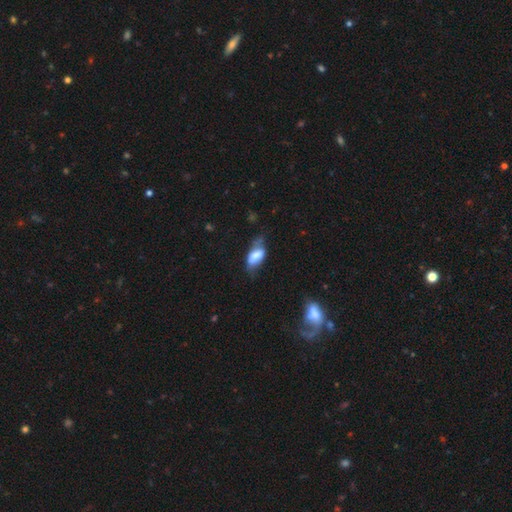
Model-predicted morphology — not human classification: Smooth or featured? Predicted: smooth (p=0.64). How rounded? Predicted: in between (p=0.86). Merging? Predicted: none (p=0.41).